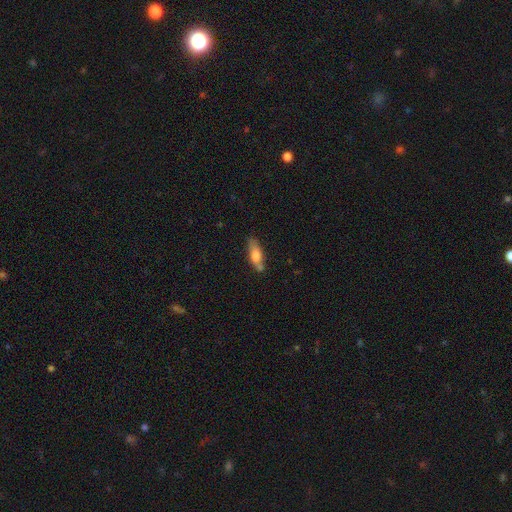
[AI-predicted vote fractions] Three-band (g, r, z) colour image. It shows a smooth galaxy with no disk features (68%) that is in between round and cigar-shaped (58%). Merging: none (59%).